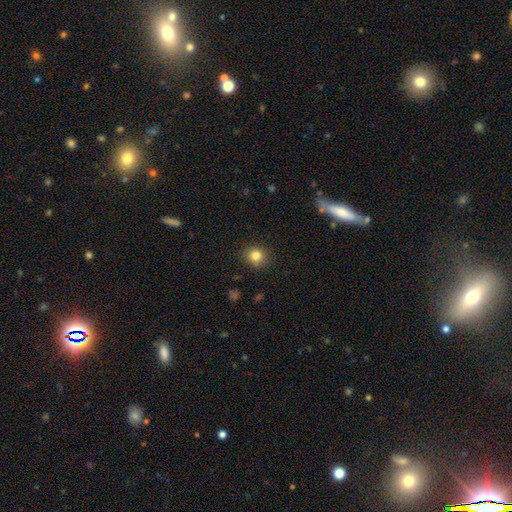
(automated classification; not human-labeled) Smooth or featured: smooth — 83% (star or artifact — 11%)
How rounded: round — 82% (in between — 18%)
Merging: none — 85% (minor disturbance — 11%)